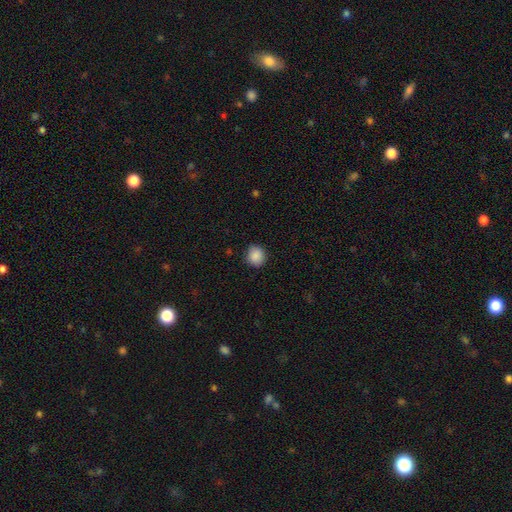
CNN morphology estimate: smooth-or-featured: smooth: 88% | star or artifact: 9% | featured or disk: 3%
  how-rounded: round: 87% | in between: 12% | cigar-shaped: 1%
  merging: none: 86% | minor disturbance: 10% | major disturbance: 2% | merger: 1%